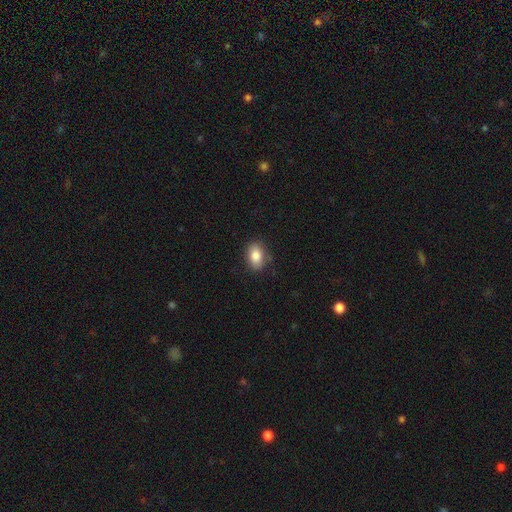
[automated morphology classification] Smooth or featured?
  - smooth: 85% *
  - star or artifact: 8%
  - featured or disk: 7%
How rounded?
  - in between: 83% *
  - round: 15%
  - cigar-shaped: 2%
Merging?
  - none: 80% *
  - minor disturbance: 15%
  - major disturbance: 3%
  - merger: 1%